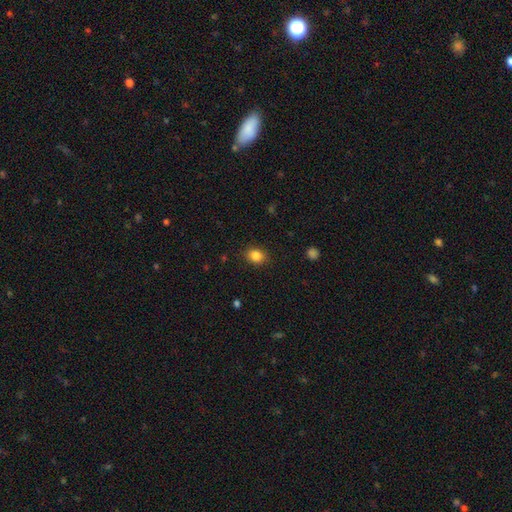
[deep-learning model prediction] Smooth or featured? smooth (85%)
How rounded? in between (53%)
Merging? none (87%)